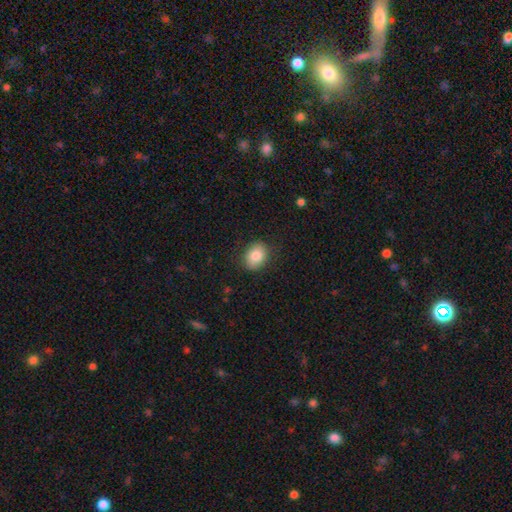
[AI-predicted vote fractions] smooth_or_featured: smooth (p=0.84) [alt: star or artifact p=0.08]
how_rounded: in between (p=0.58) [alt: round p=0.41]
merging: none (p=0.85) [alt: minor disturbance p=0.11]